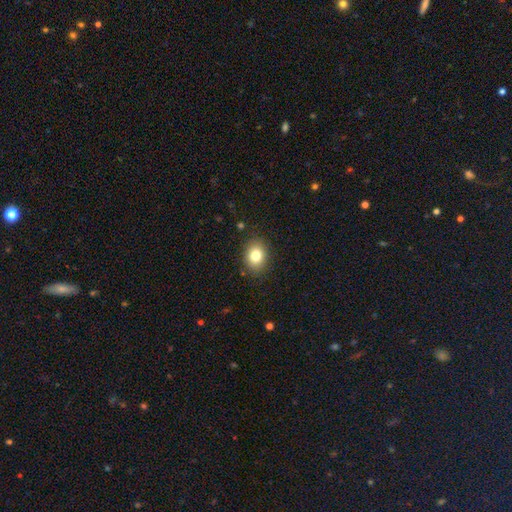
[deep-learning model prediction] smooth_or_featured: smooth (p=0.81) [alt: star or artifact p=0.10]
how_rounded: in between (p=0.56) [alt: round p=0.43]
merging: none (p=0.86) [alt: minor disturbance p=0.10]